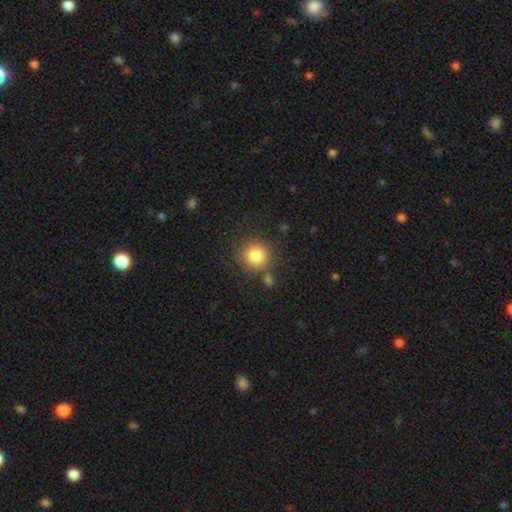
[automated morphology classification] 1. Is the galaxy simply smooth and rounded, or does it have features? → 83% smooth, 11% star or artifact, 7% featured or disk.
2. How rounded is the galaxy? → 93% round, 6% in between, 1% cigar-shaped.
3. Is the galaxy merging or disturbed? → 81% none, 9% minor disturbance, 7% merger, 3% major disturbance.